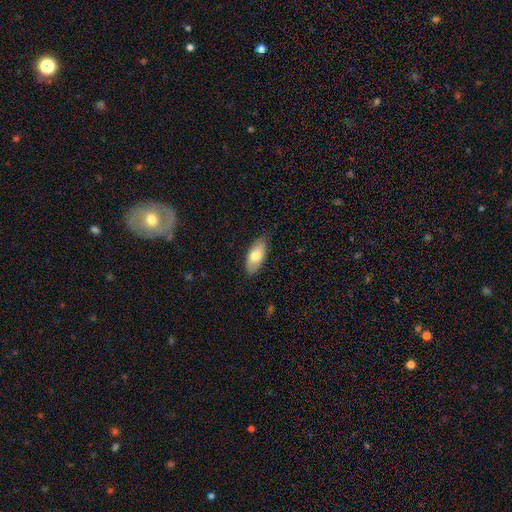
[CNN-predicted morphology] smooth 74%, featured or disk 20%, star or artifact 6%. Down the decision tree: how rounded — in between (89%); merging — none (84%).